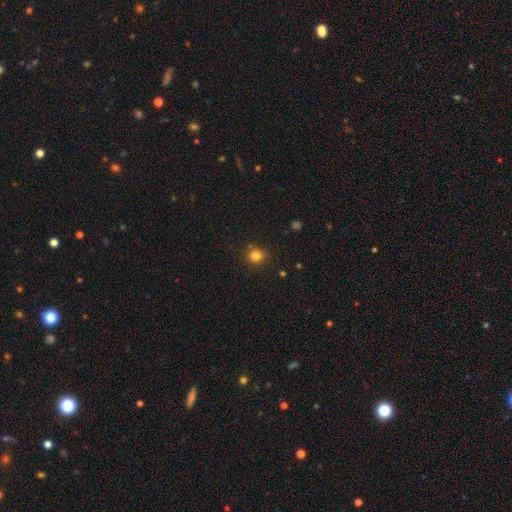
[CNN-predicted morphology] Smooth or featured: smooth — 82% (star or artifact — 13%)
How rounded: round — 87% (in between — 12%)
Merging: none — 84% (minor disturbance — 9%)